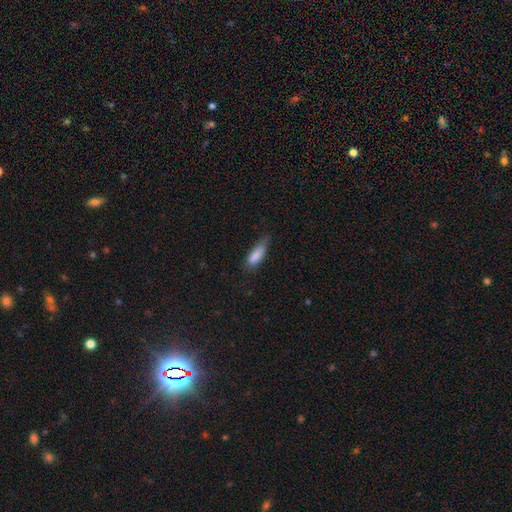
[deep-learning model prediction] Smooth or featured?
  - smooth: 83% *
  - featured or disk: 9%
  - star or artifact: 8%
How rounded?
  - in between: 61% *
  - cigar-shaped: 37%
  - round: 2%
Merging?
  - none: 50% *
  - minor disturbance: 37%
  - major disturbance: 10%
  - merger: 2%